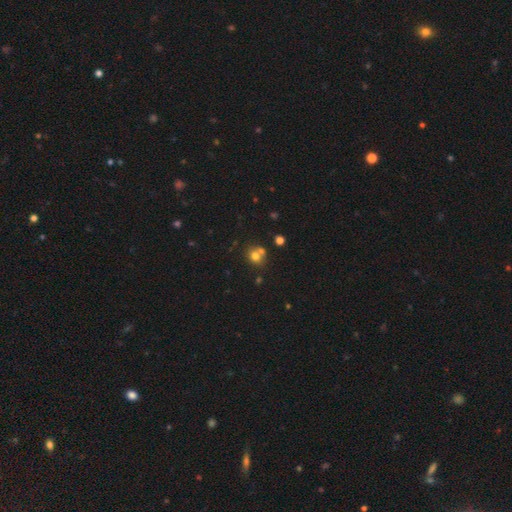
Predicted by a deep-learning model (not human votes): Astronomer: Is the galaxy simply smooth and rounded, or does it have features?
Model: smooth — 73%.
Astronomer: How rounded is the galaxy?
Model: round — 75%.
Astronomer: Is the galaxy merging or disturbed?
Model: none — 53% (runner-up: merger, 34%).